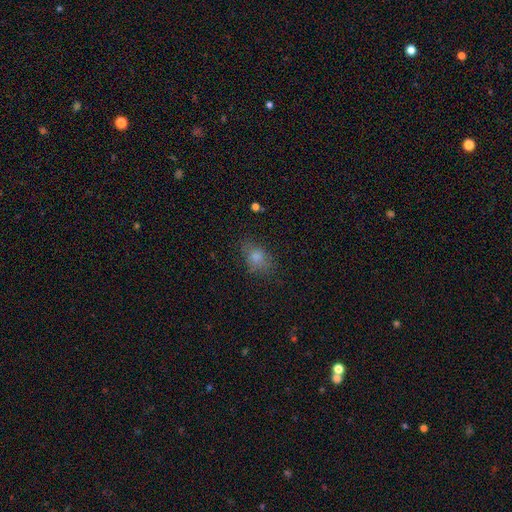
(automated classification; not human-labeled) Smooth or featured? smooth (75%)
How rounded? in between (72%)
Merging? none (69%)